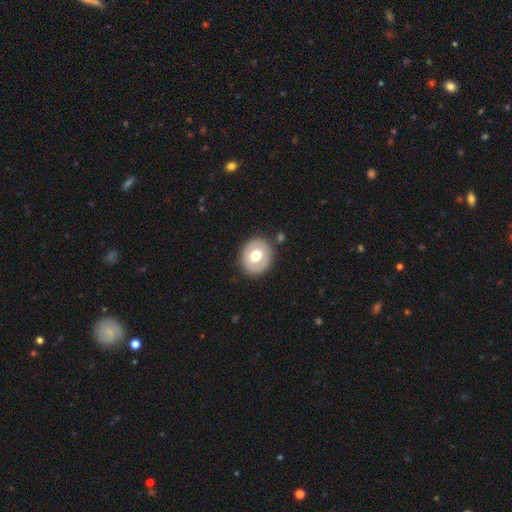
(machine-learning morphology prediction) This appears to be a smooth galaxy with no disk features (60%) that is round (73%). Merging: none (87%).